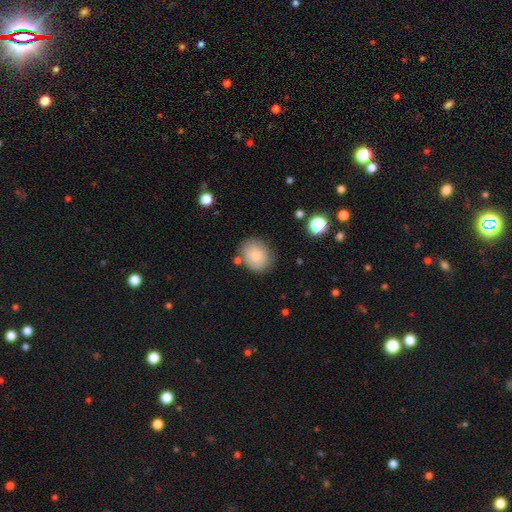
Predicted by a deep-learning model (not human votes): Smooth or featured? smooth (80%)
How rounded? round (61%)
Merging? none (77%)